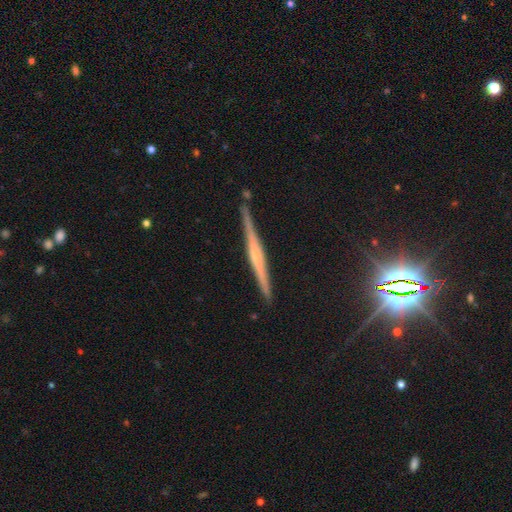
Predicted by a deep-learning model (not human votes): Morphology: type=featured or disk (72%); edge-on=yes (98%); edge-on bulge=rounded (47%); merging=none (87%).